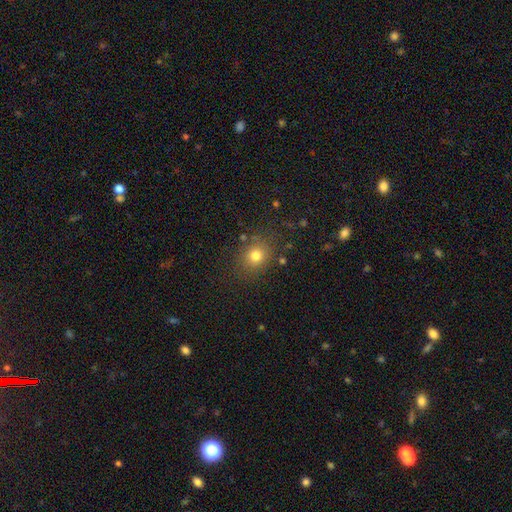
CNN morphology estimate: Overall: smooth (77%). How rounded: round (74%). Merging: none (81%).